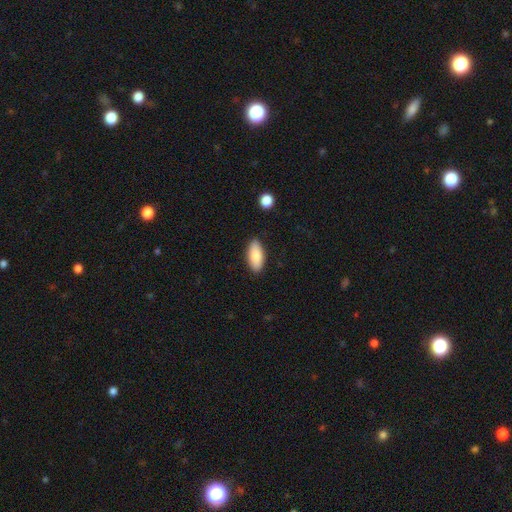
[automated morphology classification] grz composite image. It shows a smooth galaxy with no disk features (85%) that is in between round and cigar-shaped (87%). Merging: none (87%).